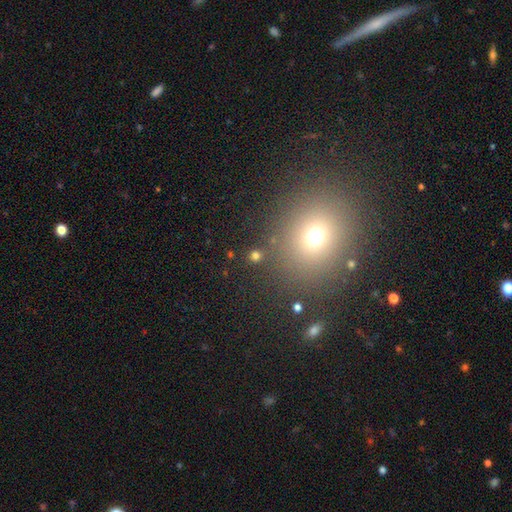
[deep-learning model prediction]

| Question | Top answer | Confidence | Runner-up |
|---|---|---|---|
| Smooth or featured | smooth | 71% | star or artifact (23%) |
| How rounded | round | 87% | in between (12%) |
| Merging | none | 84% | minor disturbance (6%) |